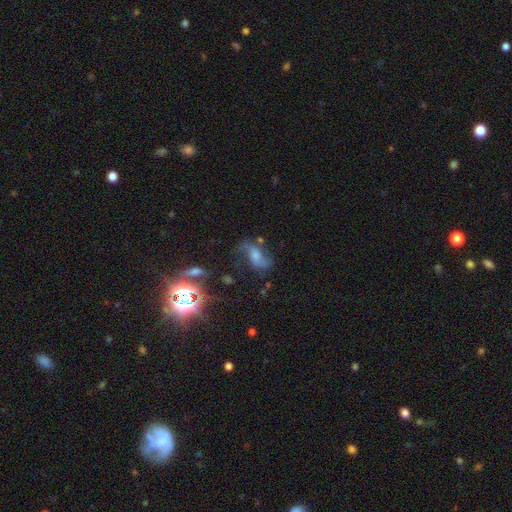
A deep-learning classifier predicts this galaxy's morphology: smooth-or-featured: featured or disk: 66% | smooth: 18% | star or artifact: 15%
  disk-edge-on: no: 94% | yes: 6%
    bar: no: 49% | weak: 38% | strong: 13%
    has-spiral-arms: yes: 90% | no: 10%
      spiral-winding: loose: 78% | medium: 18% | tight: 5%
      spiral-arm-count: 2: 88% | can't tell: 4% | 1: 4% | 3: 1% | 4: 1% | more than 4: 1%
    bulge-size: moderate: 37% | small: 31% | none: 18% | large: 11% | dominant: 2%
  merging: none: 56% | minor disturbance: 21% | major disturbance: 18% | merger: 6%